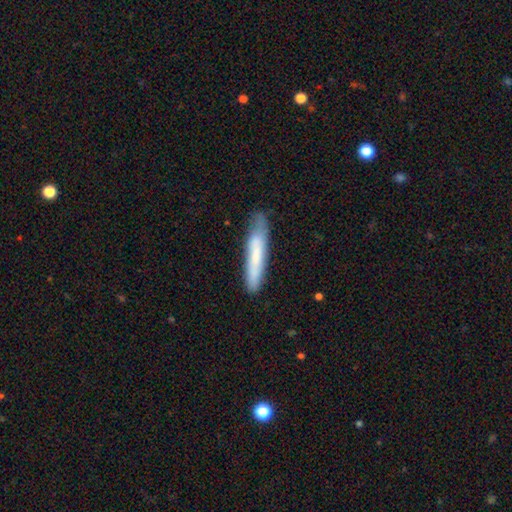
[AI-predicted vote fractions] A smooth galaxy with no disk features (68%) that is cigar-shaped (91%). Merging: none (69%).